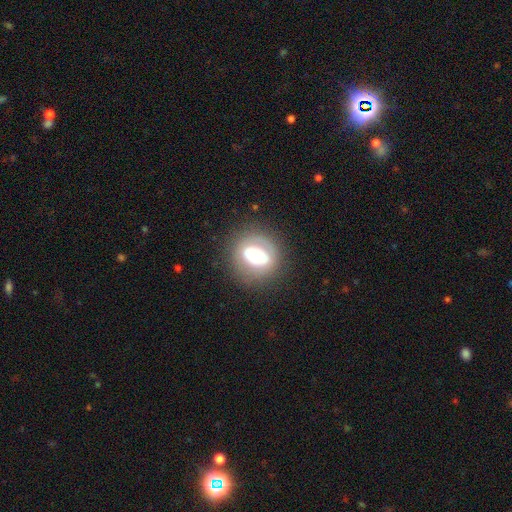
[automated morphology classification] Smooth or featured? featured or disk (47%)
Merging? none (75%)